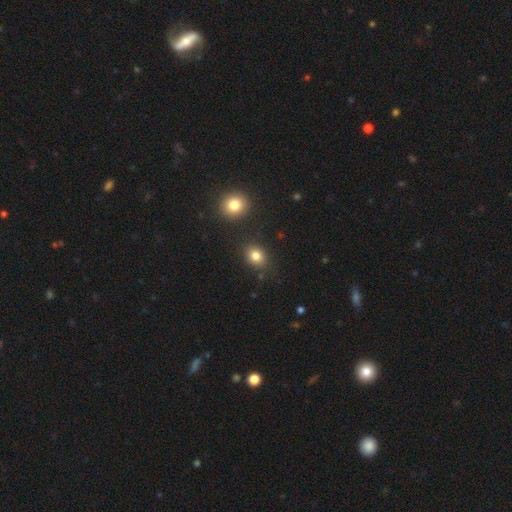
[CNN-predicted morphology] smooth_or_featured: smooth (p=0.82) [alt: star or artifact p=0.12]
how_rounded: round (p=0.58) [alt: in between p=0.41]
merging: none (p=0.83) [alt: minor disturbance p=0.09]